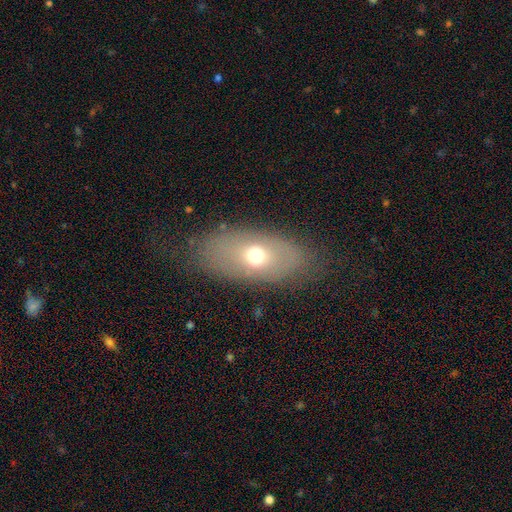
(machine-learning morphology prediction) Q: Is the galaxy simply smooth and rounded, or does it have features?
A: smooth — 56%.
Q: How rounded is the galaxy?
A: in between — 86%.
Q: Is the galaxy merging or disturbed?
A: none — 76%.